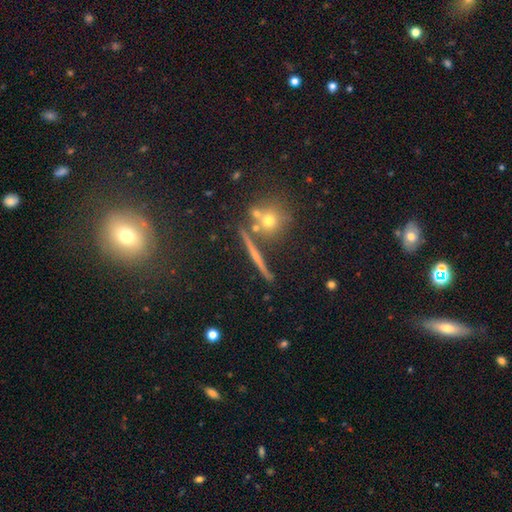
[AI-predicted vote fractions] Smooth or featured: featured or disk — 56% (smooth — 27%)
Edge-on disk: yes — 93% (no — 7%)
Edge-on bulge: none — 62% (rounded — 31%)
Merging: none — 83% (minor disturbance — 8%)